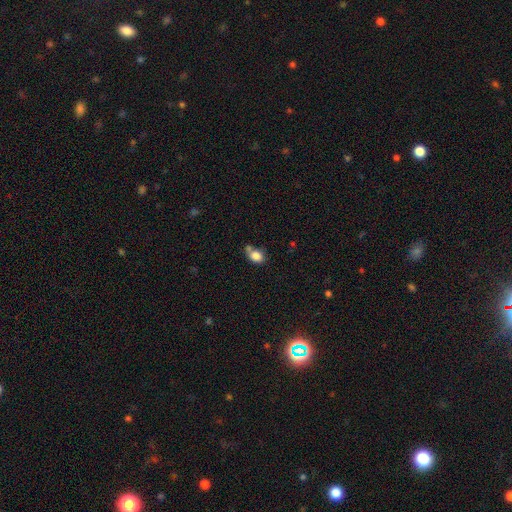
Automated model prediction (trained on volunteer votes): A smooth galaxy with no disk features (82%) that is in between round and cigar-shaped (61%). Merging: none (45%).